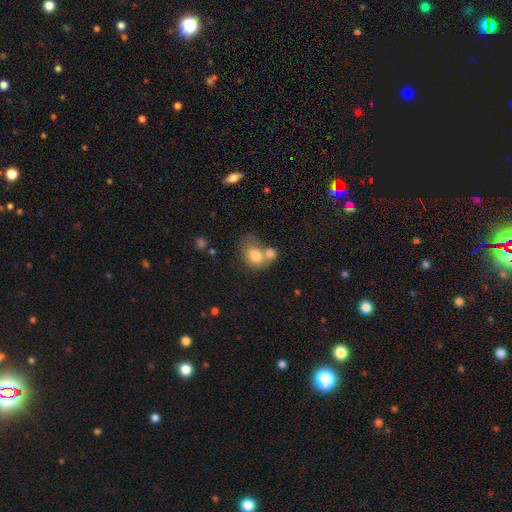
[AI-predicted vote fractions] Smooth or featured: smooth — 76% (featured or disk — 15%)
How rounded: in between — 50% (round — 49%)
Merging: merger — 58% (none — 24%)